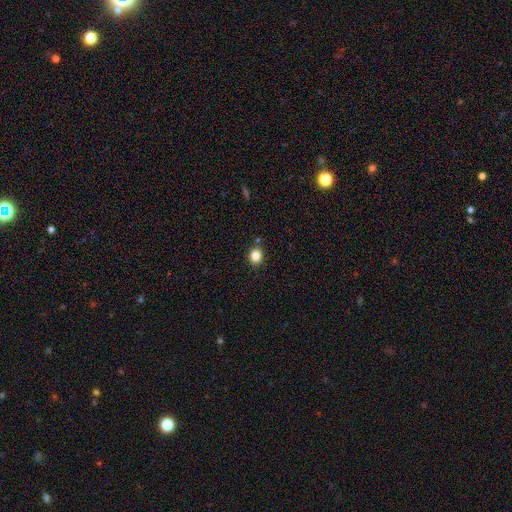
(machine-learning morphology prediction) The model was most divided on "how rounded": round: 70%, in between: 29%, cigar-shaped: 1%. More confident: merging — none (86%); smooth or featured — smooth (83%).